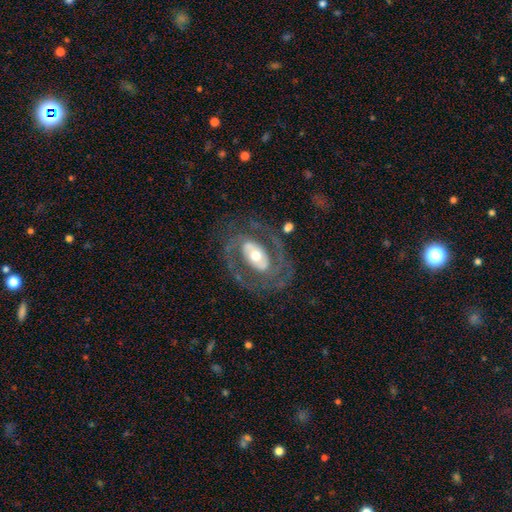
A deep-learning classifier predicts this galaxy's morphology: Q: Smooth or featured?
A: featured or disk (81%); runner-up: smooth (13%)
Q: Edge-on disk?
A: no (95%); runner-up: yes (5%)
Q: Bar?
A: no (42%); runner-up: strong (29%)
Q: Spiral arms?
A: yes (78%); runner-up: no (22%)
Q: Spiral winding?
A: medium (45%); runner-up: tight (38%)
Q: Spiral arm count?
A: 2 (80%); runner-up: can't tell (10%)
Q: Bulge size?
A: moderate (62%); runner-up: small (21%)
Q: Merging?
A: none (70%); runner-up: minor disturbance (14%)